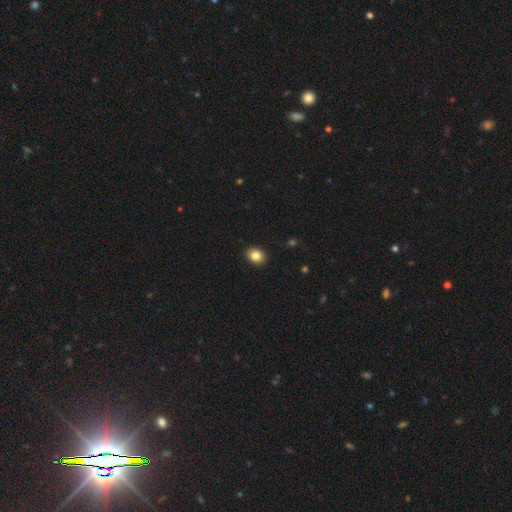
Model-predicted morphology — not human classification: smooth_or_featured: smooth (p=0.84) [alt: star or artifact p=0.09]
how_rounded: in between (p=0.59) [alt: round p=0.40]
merging: none (p=0.91) [alt: minor disturbance p=0.07]